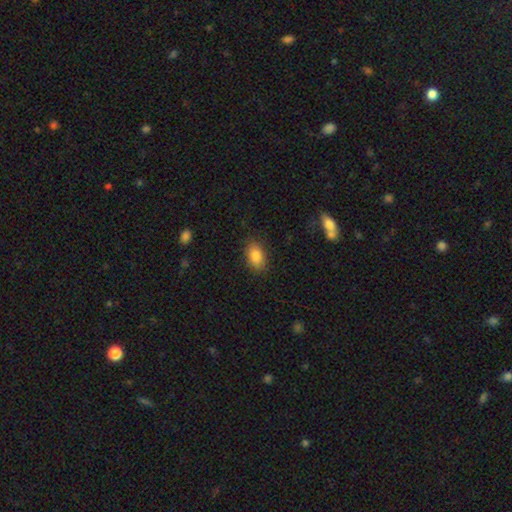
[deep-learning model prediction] Smooth or featured? smooth (86%)
How rounded? in between (89%)
Merging? none (85%)